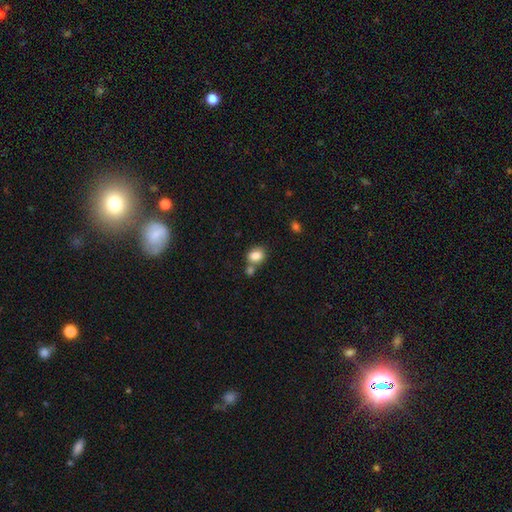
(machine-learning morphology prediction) Q: Smooth or featured?
A: smooth (84%); runner-up: star or artifact (9%)
Q: How rounded?
A: in between (51%); runner-up: round (48%)
Q: Merging?
A: none (54%); runner-up: merger (30%)